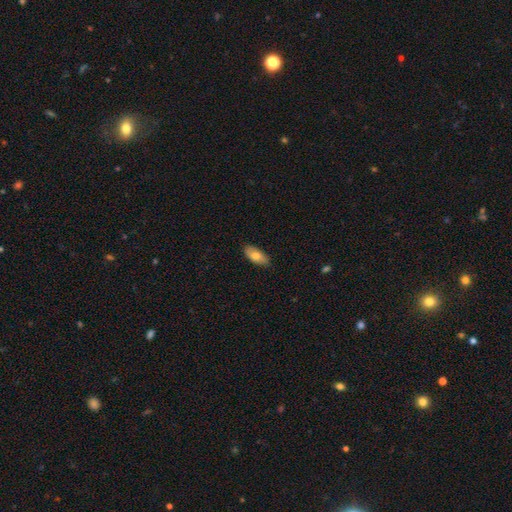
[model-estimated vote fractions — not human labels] Smooth or featured? smooth (77%)
How rounded? in between (89%)
Merging? none (87%)